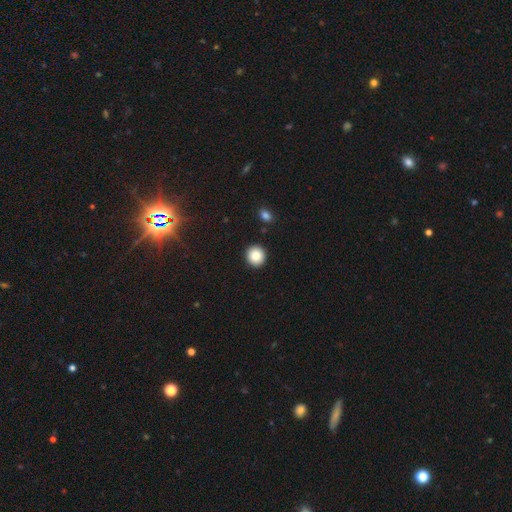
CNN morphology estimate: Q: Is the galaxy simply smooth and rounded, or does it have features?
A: smooth — 86%.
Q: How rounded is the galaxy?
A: round — 92%.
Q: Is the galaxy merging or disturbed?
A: none — 92%.